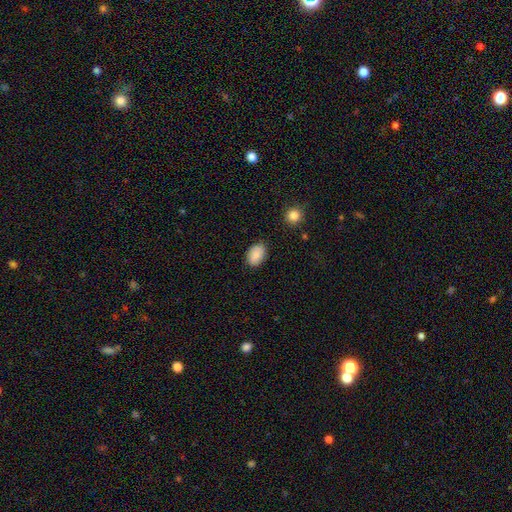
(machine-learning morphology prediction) smooth_or_featured: smooth (p=0.87) [alt: star or artifact p=0.07]
how_rounded: in between (p=0.83) [alt: round p=0.15]
merging: none (p=0.81) [alt: minor disturbance p=0.14]